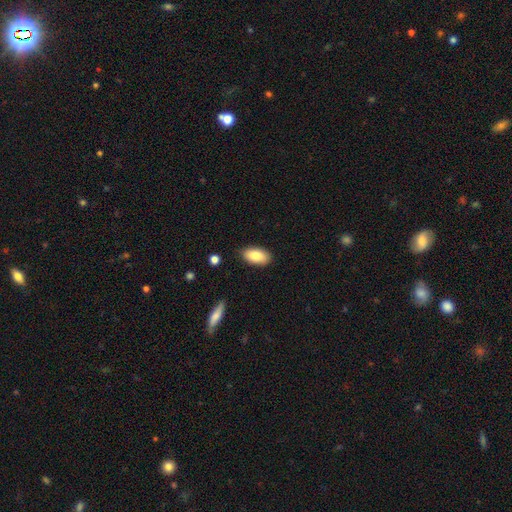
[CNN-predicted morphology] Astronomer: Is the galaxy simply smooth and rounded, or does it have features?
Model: smooth — 85%.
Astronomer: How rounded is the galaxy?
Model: in between — 93%.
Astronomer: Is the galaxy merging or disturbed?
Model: none — 85%.